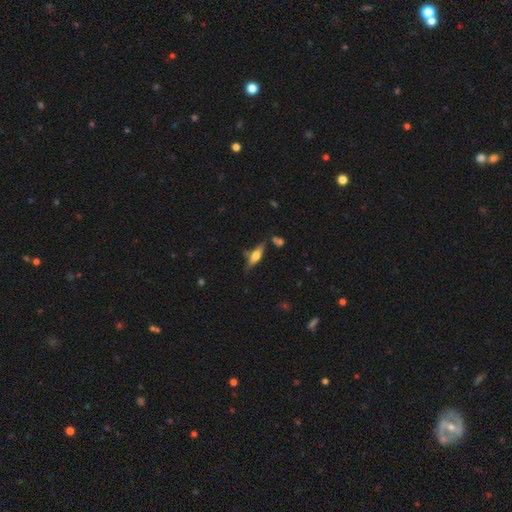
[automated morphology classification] Q: Smooth or featured?
A: featured or disk (53%); runner-up: smooth (39%)
Q: Edge-on disk?
A: yes (91%); runner-up: no (9%)
Q: Merging?
A: none (71%); runner-up: minor disturbance (17%)